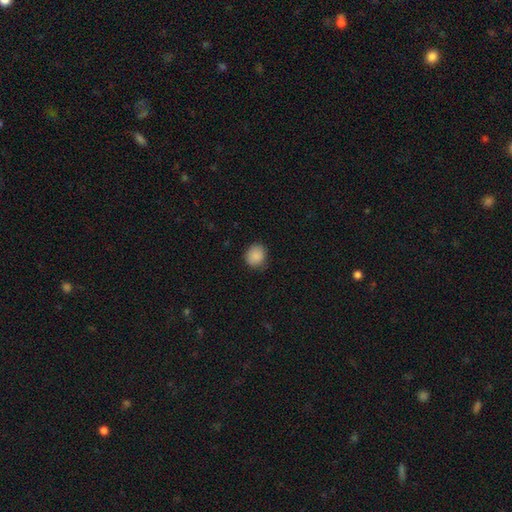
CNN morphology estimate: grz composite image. It shows a smooth galaxy with no disk features (88%) that is round (76%). Merging: none (80%).